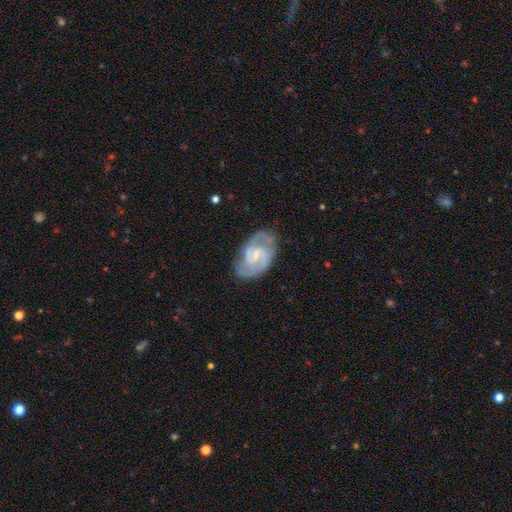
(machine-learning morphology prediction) smooth_or_featured: featured or disk (p=0.84) [alt: smooth p=0.11]
disk_edge_on: no (p=0.97) [alt: yes p=0.03]
bar: weak (p=0.60) [alt: no p=0.24]
has_spiral_arms: yes (p=0.95) [alt: no p=0.05]
spiral_winding: medium (p=0.53) [alt: tight p=0.33]
spiral_arm_count: 2 (p=0.80) [alt: can't tell p=0.09]
bulge_size: small (p=0.53) [alt: moderate p=0.22]
merging: none (p=0.73) [alt: minor disturbance p=0.19]